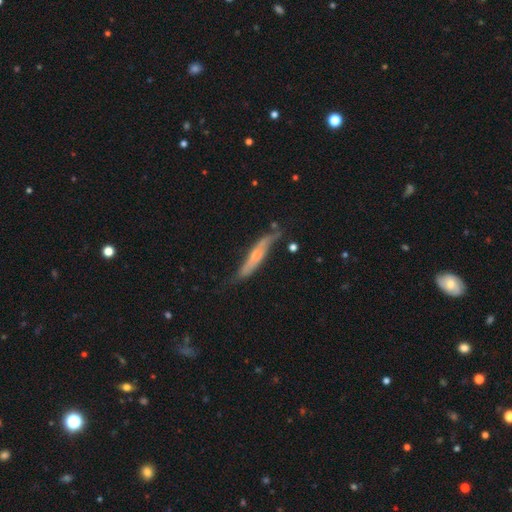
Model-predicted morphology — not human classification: Q: Smooth or featured?
A: featured or disk (59%); runner-up: smooth (35%)
Q: Edge-on disk?
A: yes (68%); runner-up: no (32%)
Q: Merging?
A: none (54%); runner-up: minor disturbance (31%)